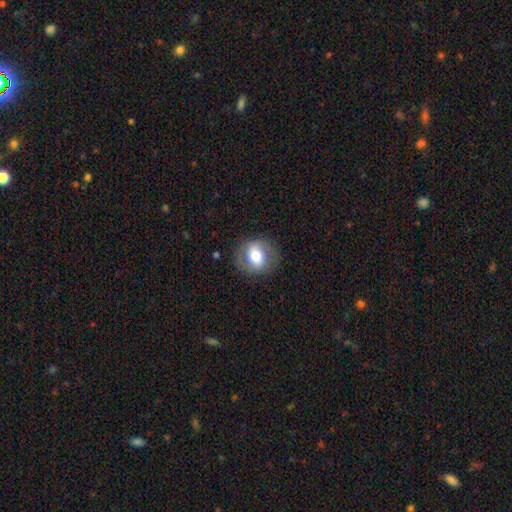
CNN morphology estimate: The model was most divided on "smooth or featured": smooth: 52%, featured or disk: 40%, star or artifact: 8%. More confident: merging — none (79%); how rounded — round (65%).